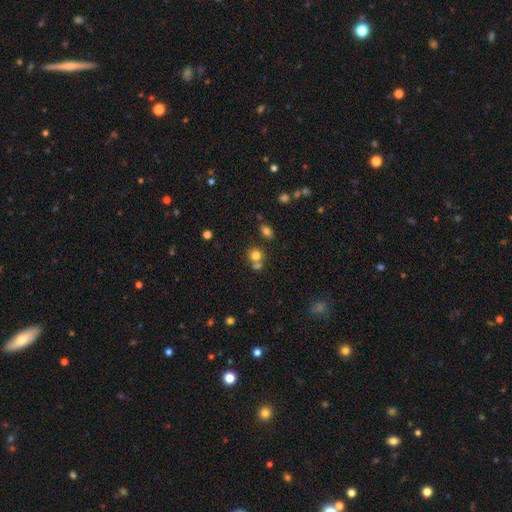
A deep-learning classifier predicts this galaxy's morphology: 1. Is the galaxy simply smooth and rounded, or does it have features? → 76% smooth, 14% star or artifact, 10% featured or disk.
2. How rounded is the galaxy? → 83% round, 16% in between, 1% cigar-shaped.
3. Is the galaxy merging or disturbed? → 54% none, 35% merger, 8% minor disturbance, 3% major disturbance.